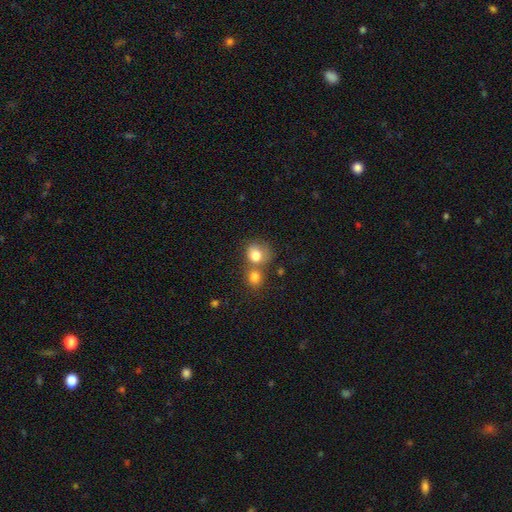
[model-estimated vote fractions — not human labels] Overall: smooth (79%). How rounded: round (70%). Merging: merger (46%; none 37%).